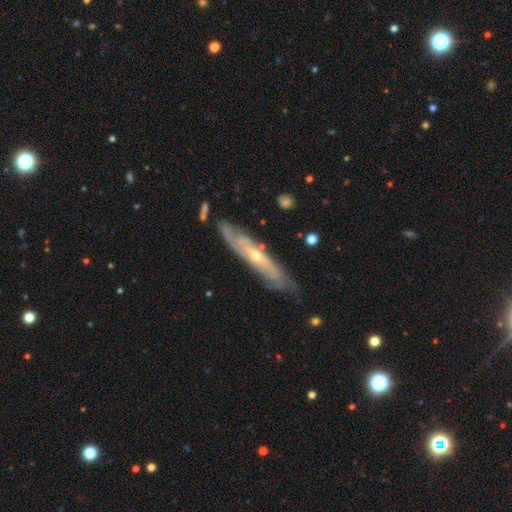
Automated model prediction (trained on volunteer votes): Smooth or featured? Predicted: featured or disk (p=0.80). Edge-on disk? Predicted: no (p=0.58). Merging? Predicted: none (p=0.73).